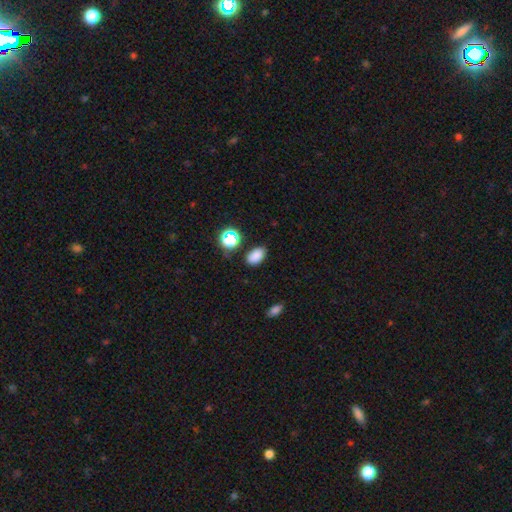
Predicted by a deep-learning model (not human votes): Q: Smooth or featured?
A: smooth (82%); runner-up: star or artifact (13%)
Q: How rounded?
A: in between (87%); runner-up: round (12%)
Q: Merging?
A: none (81%); runner-up: minor disturbance (12%)